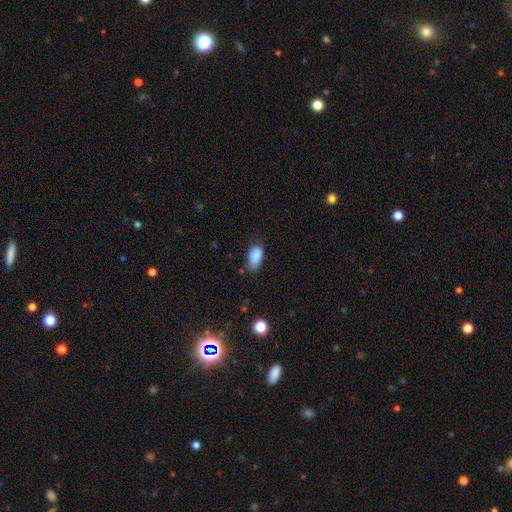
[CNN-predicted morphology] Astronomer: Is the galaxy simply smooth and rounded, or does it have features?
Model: smooth — 87%.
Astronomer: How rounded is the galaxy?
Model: in between — 92%.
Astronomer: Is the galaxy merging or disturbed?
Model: none — 59%.